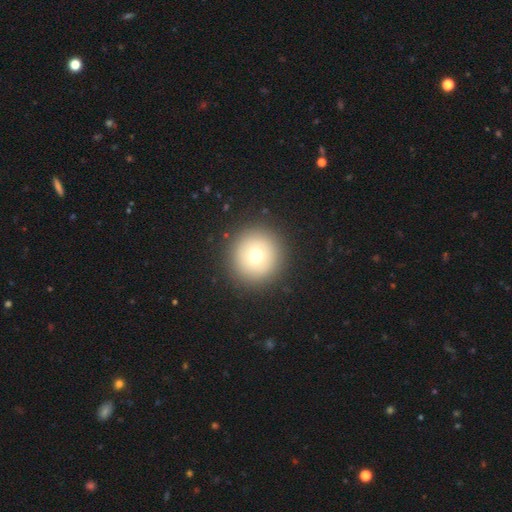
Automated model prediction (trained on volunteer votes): Q: Smooth or featured?
A: smooth (71%); runner-up: featured or disk (16%)
Q: How rounded?
A: round (96%); runner-up: in between (3%)
Q: Merging?
A: none (91%); runner-up: minor disturbance (5%)